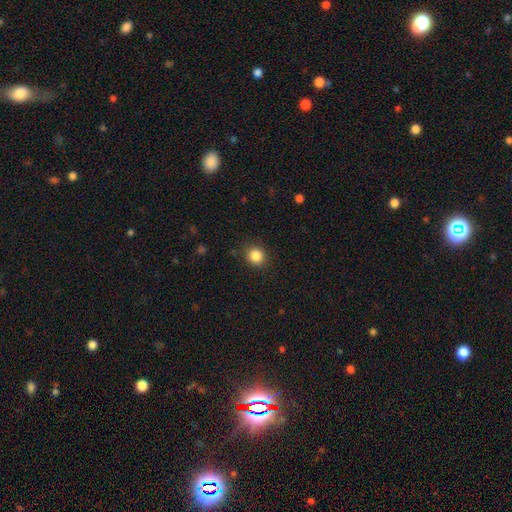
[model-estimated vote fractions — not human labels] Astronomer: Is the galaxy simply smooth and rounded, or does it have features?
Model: smooth — 85%.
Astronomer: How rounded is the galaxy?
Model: round — 85%.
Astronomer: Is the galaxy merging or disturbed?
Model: none — 88%.